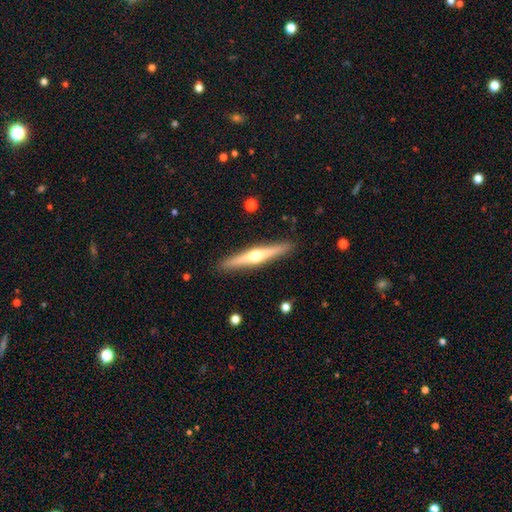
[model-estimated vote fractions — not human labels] smooth_or_featured: featured or disk (p=0.69) [alt: smooth p=0.26]
disk_edge_on: yes (p=0.98) [alt: no p=0.02]
edge_on_bulge: rounded (p=0.93) [alt: none p=0.04]
merging: none (p=0.91) [alt: minor disturbance p=0.07]